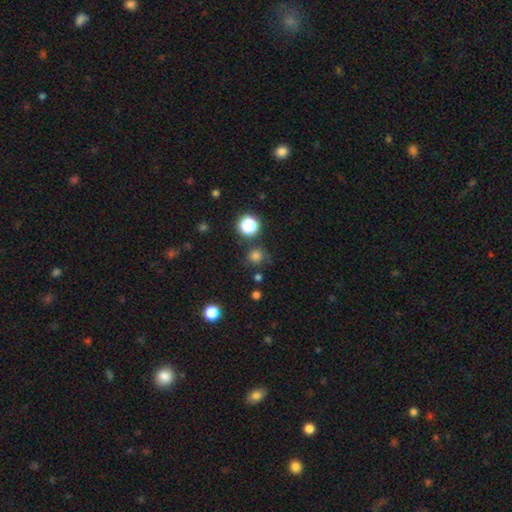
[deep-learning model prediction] A smooth galaxy with no disk features (75%) that is round (92%).

Vote fractions:
- Smooth or featured? smooth: 75% / star or artifact: 20% / featured or disk: 5%
- How rounded? round: 92% / in between: 7% / cigar-shaped: 1%
- Merging? none: 78% / minor disturbance: 12% / merger: 5% / major disturbance: 5%